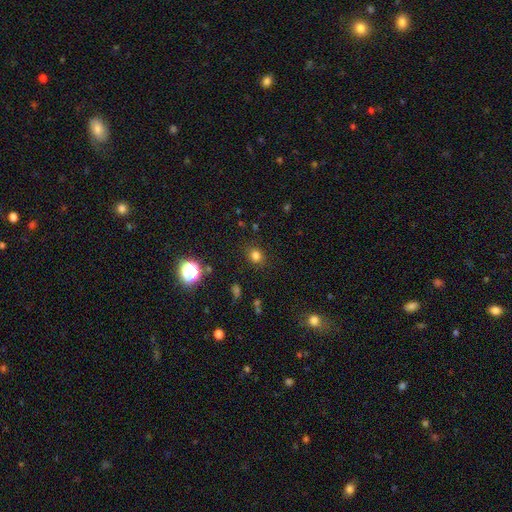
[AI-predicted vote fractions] Smooth or featured? smooth (77%)
How rounded? round (74%)
Merging? none (86%)